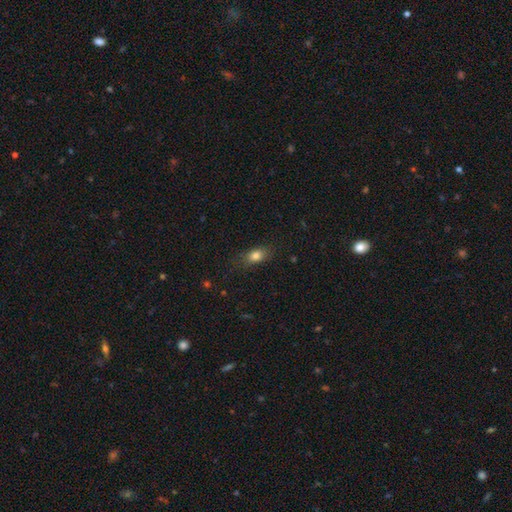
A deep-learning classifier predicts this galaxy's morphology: smooth-or-featured: smooth: 81% | star or artifact: 10% | featured or disk: 9%
  how-rounded: in between: 76% | round: 17% | cigar-shaped: 7%
  merging: none: 75% | minor disturbance: 18% | major disturbance: 6% | merger: 1%